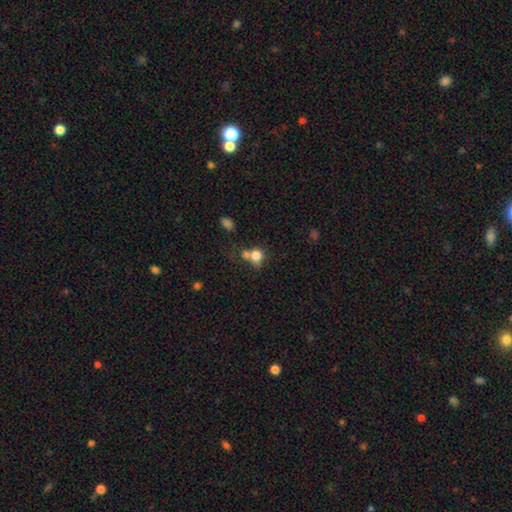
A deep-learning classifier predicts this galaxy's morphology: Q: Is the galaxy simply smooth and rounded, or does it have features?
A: smooth — 78%.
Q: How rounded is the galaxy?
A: round — 70%.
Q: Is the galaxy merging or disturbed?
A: merger — 41%.